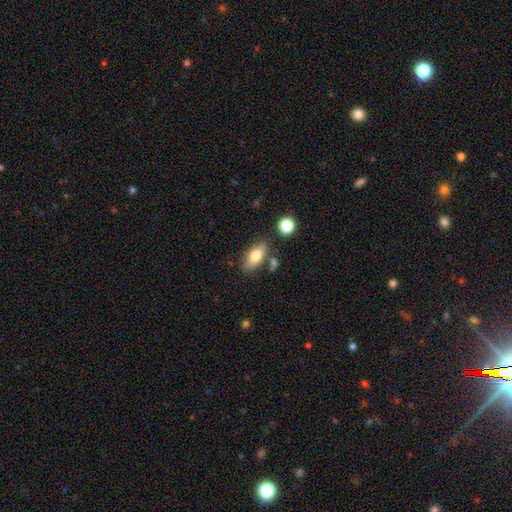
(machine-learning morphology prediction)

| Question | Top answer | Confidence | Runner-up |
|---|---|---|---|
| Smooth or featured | smooth | 75% | featured or disk (17%) |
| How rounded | in between | 85% | cigar-shaped (10%) |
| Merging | none | 75% | minor disturbance (14%) |